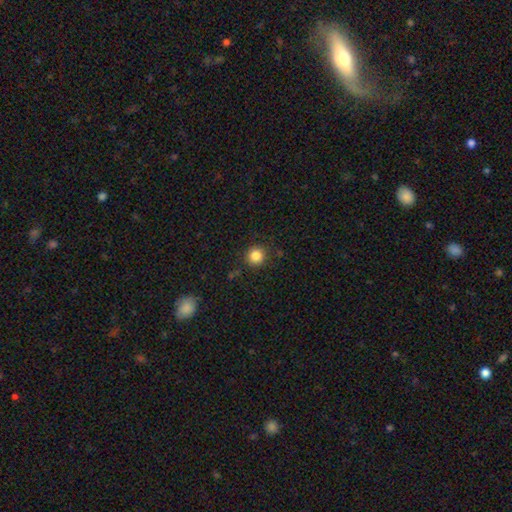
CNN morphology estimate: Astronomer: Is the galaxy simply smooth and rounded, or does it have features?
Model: smooth — 84%.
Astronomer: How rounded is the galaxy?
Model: round — 94%.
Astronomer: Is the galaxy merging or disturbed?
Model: none — 89%.